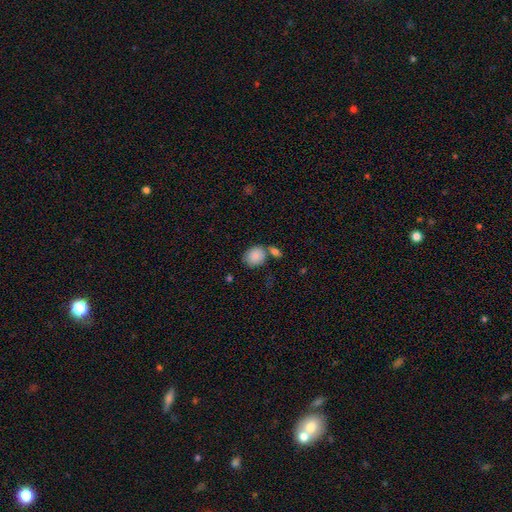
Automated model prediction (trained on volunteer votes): Smooth or featured? Predicted: smooth (p=0.87). How rounded? Predicted: round (p=0.56). Merging? Predicted: none (p=0.55).